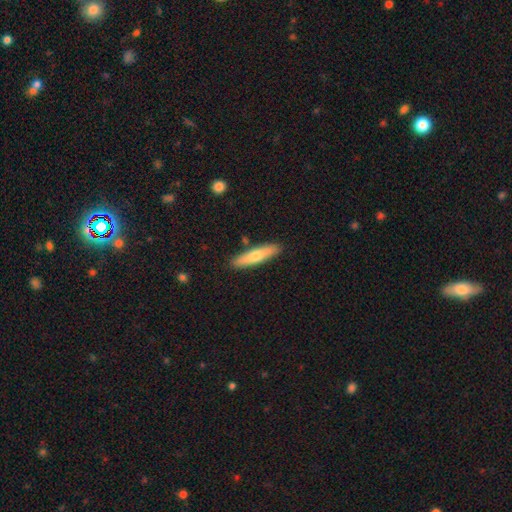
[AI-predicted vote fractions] smooth_or_featured: smooth (p=0.64) [alt: featured or disk p=0.31]
how_rounded: cigar-shaped (p=0.79) [alt: in between p=0.19]
merging: none (p=0.86) [alt: minor disturbance p=0.09]